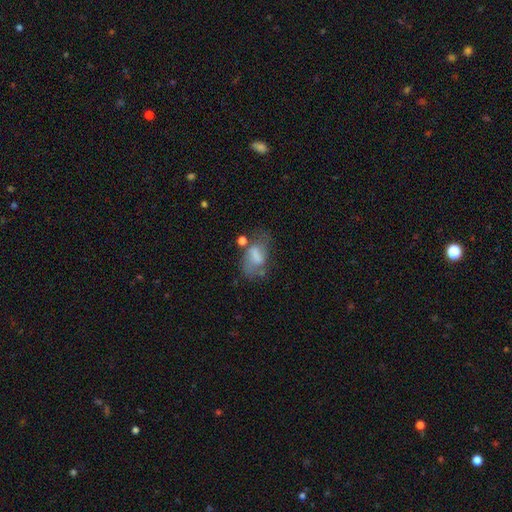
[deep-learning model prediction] smooth-or-featured: smooth: 55% | featured or disk: 35% | star or artifact: 10%
  how-rounded: in between: 84% | round: 12% | cigar-shaped: 4%
  merging: none: 37% | minor disturbance: 25% | major disturbance: 24% | merger: 14%